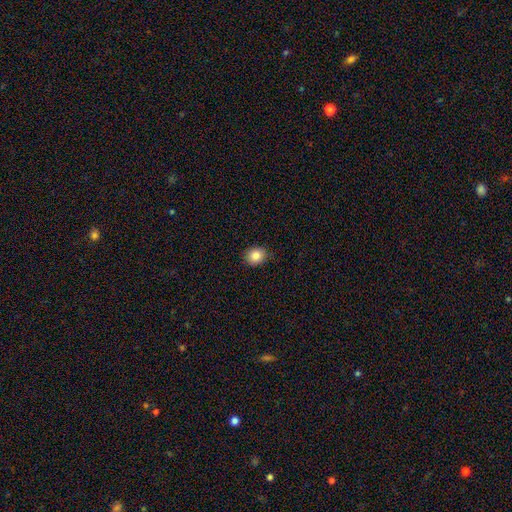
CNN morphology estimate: This is clearly a smooth galaxy (85%). How rounded: likely round (66%). Merging: clearly none (85%).